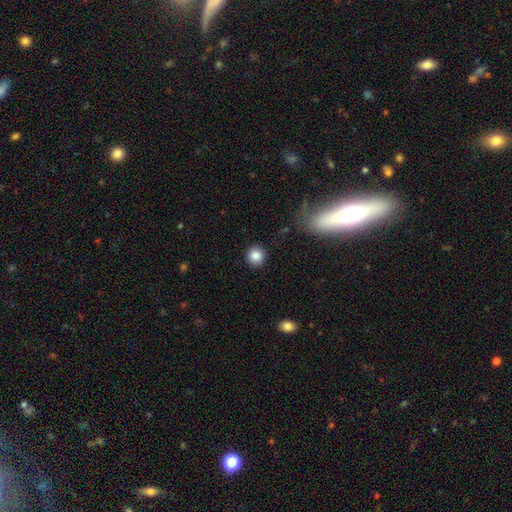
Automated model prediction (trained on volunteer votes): Q: Smooth or featured?
A: smooth (86%); runner-up: star or artifact (10%)
Q: How rounded?
A: round (89%); runner-up: in between (10%)
Q: Merging?
A: none (90%); runner-up: minor disturbance (7%)